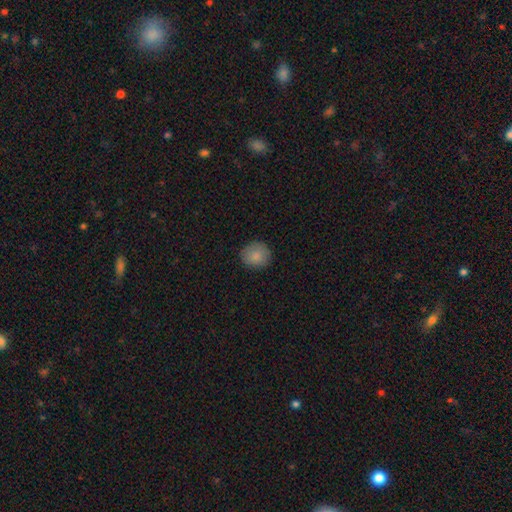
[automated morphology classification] smooth_or_featured: smooth (p=0.87) [alt: star or artifact p=0.08]
how_rounded: round (p=0.87) [alt: in between p=0.12]
merging: none (p=0.88) [alt: minor disturbance p=0.09]